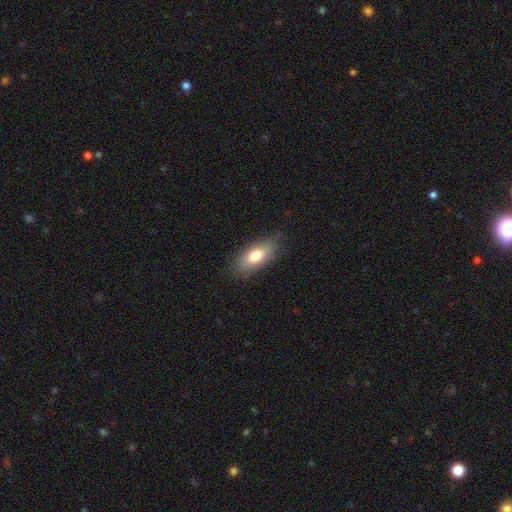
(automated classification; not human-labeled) smooth_or_featured: smooth (p=0.76) [alt: featured or disk p=0.17]
how_rounded: in between (p=0.82) [alt: cigar-shaped p=0.14]
merging: none (p=0.79) [alt: minor disturbance p=0.17]